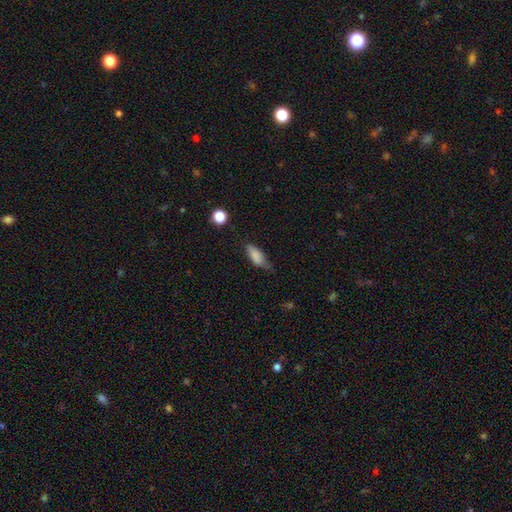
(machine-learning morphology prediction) Q: Smooth or featured?
A: smooth (81%); runner-up: featured or disk (11%)
Q: How rounded?
A: in between (75%); runner-up: cigar-shaped (22%)
Q: Merging?
A: none (51%); runner-up: minor disturbance (37%)